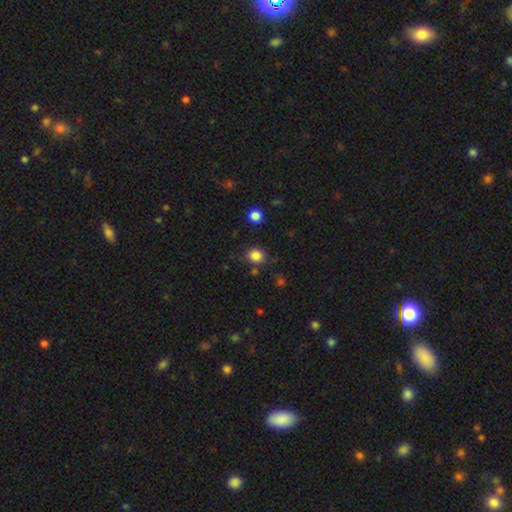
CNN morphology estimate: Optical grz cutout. It shows a smooth galaxy with no disk features (84%) that is round (82%). Merging: none (82%).